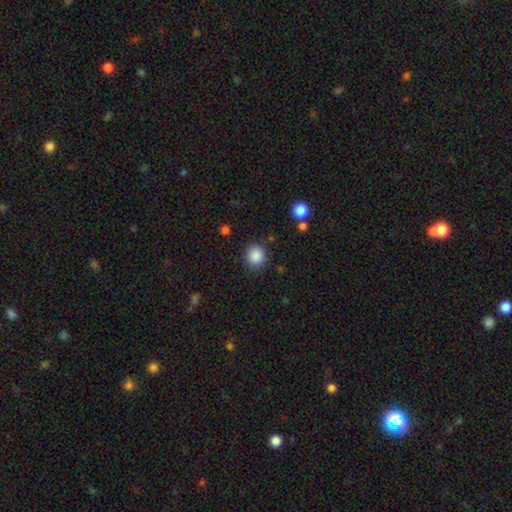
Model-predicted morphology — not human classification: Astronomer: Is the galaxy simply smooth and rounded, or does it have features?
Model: smooth — 87%.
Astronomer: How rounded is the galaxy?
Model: round — 88%.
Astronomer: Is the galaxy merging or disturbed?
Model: none — 88%.